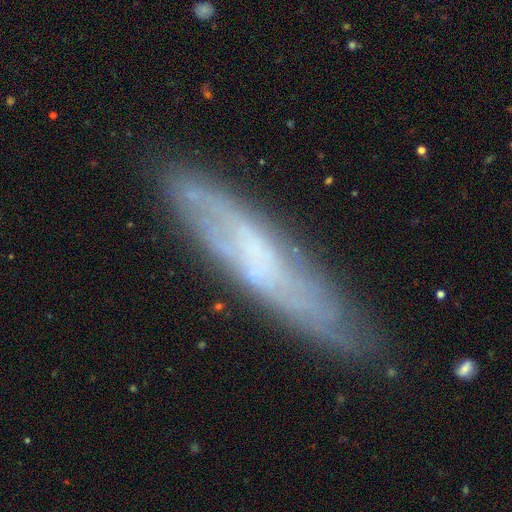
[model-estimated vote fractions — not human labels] Overall: featured or disk (62%; smooth 31%). Edge-on disk: yes (55%; no 45%). Merging: none (77%).